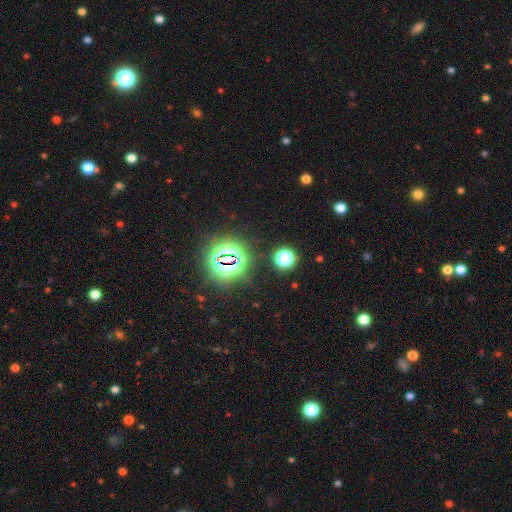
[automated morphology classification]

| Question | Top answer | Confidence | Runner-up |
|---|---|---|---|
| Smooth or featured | star or artifact | 81% | smooth (12%) |